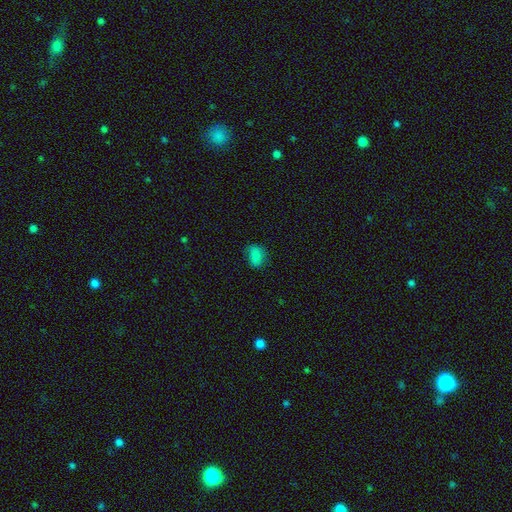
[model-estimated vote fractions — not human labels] The model was most divided on "merging": none: 68%, minor disturbance: 24%, major disturbance: 7%, merger: 2%. More confident: smooth or featured — smooth (80%); how rounded — in between (79%).